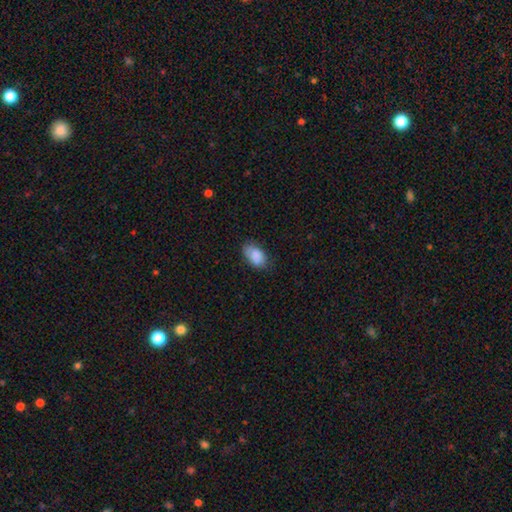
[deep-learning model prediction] smooth-or-featured: smooth: 86% | star or artifact: 7% | featured or disk: 6%
  how-rounded: in between: 91% | round: 7% | cigar-shaped: 2%
  merging: none: 70% | minor disturbance: 23% | major disturbance: 5% | merger: 1%